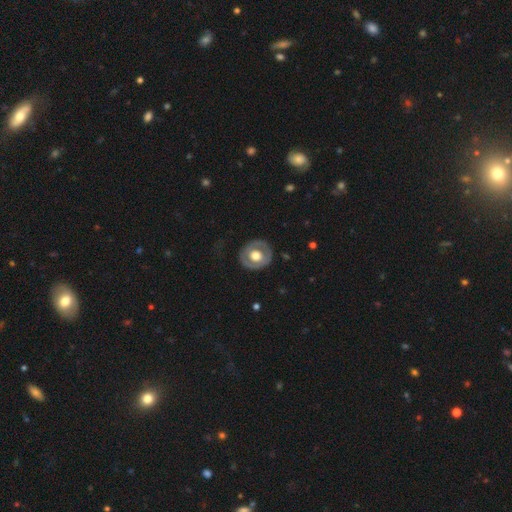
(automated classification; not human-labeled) Morphology: type=featured or disk (51%); edge-on=no (94%); merging=none (83%).